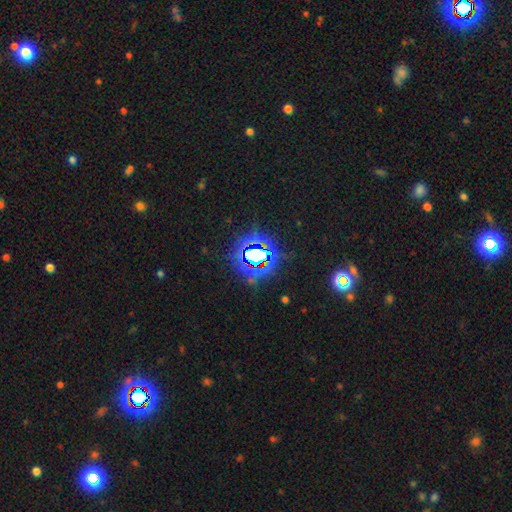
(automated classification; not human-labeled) star or artifact 78%, smooth 12%, featured or disk 10%.